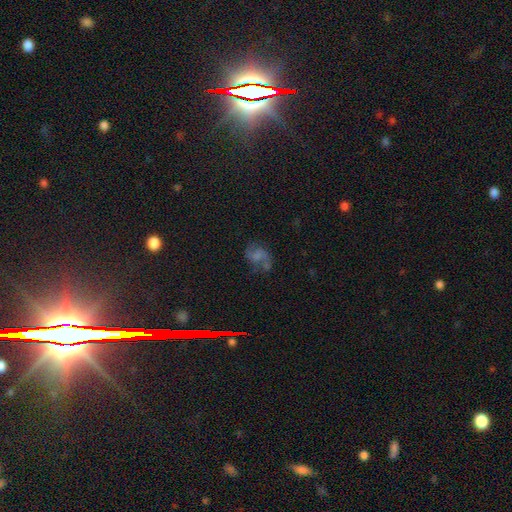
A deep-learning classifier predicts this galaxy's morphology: The model was most divided on "smooth or featured": featured or disk: 47%, star or artifact: 27%, smooth: 26%. More confident: merging — none (54%).